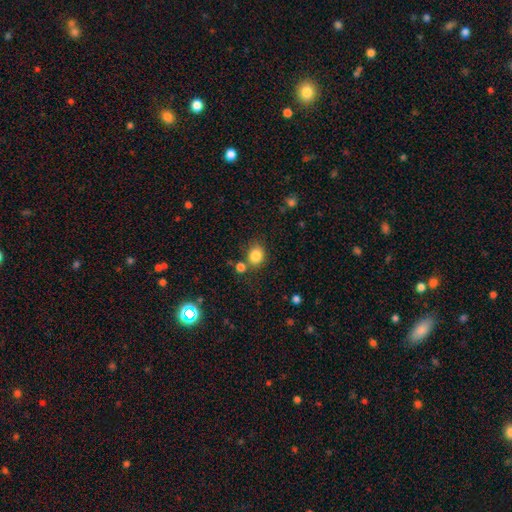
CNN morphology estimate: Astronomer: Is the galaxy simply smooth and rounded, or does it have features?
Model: smooth — 84%.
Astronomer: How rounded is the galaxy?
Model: round — 61% (runner-up: in between, 38%).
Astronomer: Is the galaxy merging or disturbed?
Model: none — 70%.